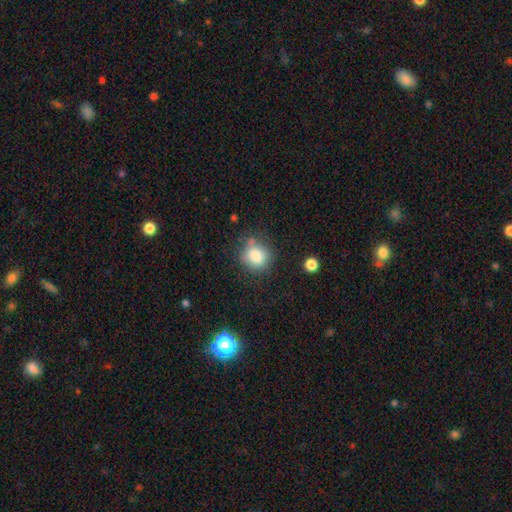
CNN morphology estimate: Q: Smooth or featured?
A: smooth (84%); runner-up: star or artifact (9%)
Q: How rounded?
A: round (77%); runner-up: in between (22%)
Q: Merging?
A: none (68%); runner-up: minor disturbance (20%)